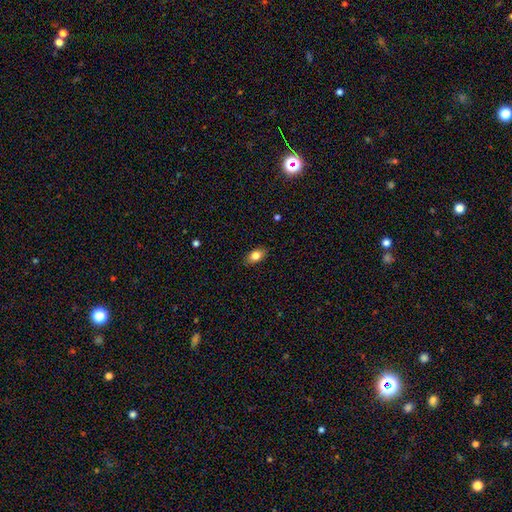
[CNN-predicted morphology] A smooth galaxy with no disk features (81%) that is in between round and cigar-shaped (86%). Merging: none (86%).